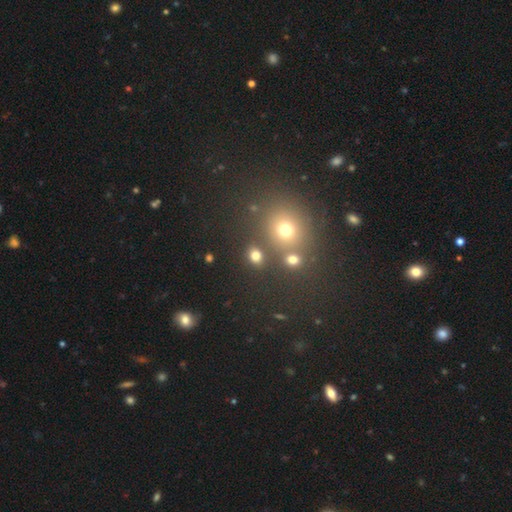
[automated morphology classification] A smooth galaxy with no disk features (75%) that is round (52%). Merging: none (76%).